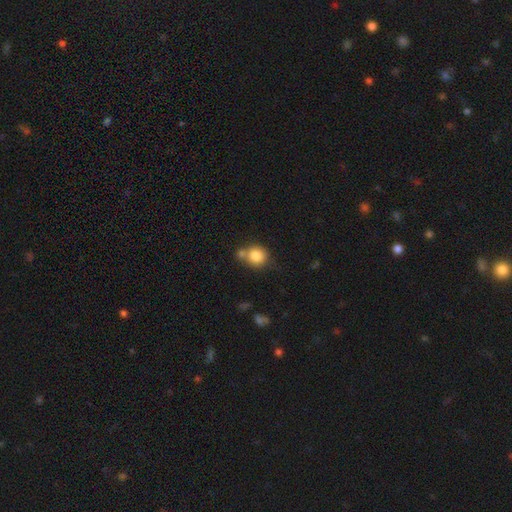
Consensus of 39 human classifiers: Smooth or featured? smooth (92%)
How rounded? round (94%)
Merging? none (41%, tied with merger)